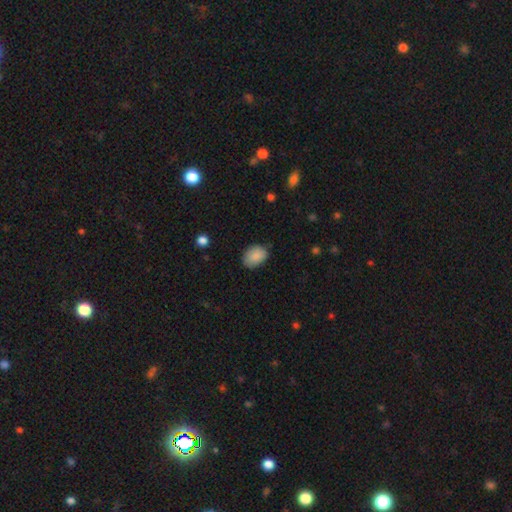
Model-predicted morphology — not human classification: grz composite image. It shows a smooth galaxy with no disk features (88%) that is in between round and cigar-shaped (74%). Merging: none (76%).